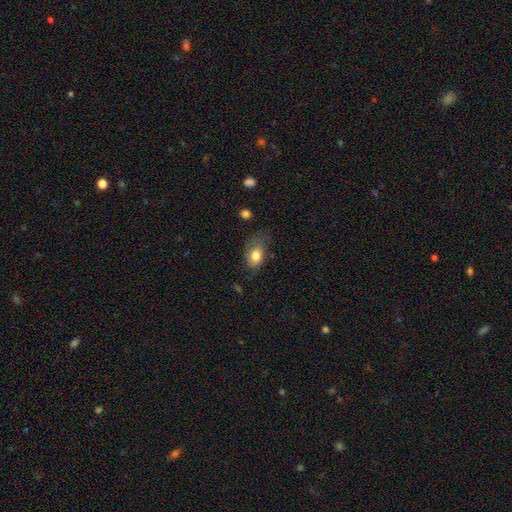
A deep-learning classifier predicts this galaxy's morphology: This appears to be a smooth galaxy with no disk features (77%) that is in between round and cigar-shaped (84%). Merging: none (49%).